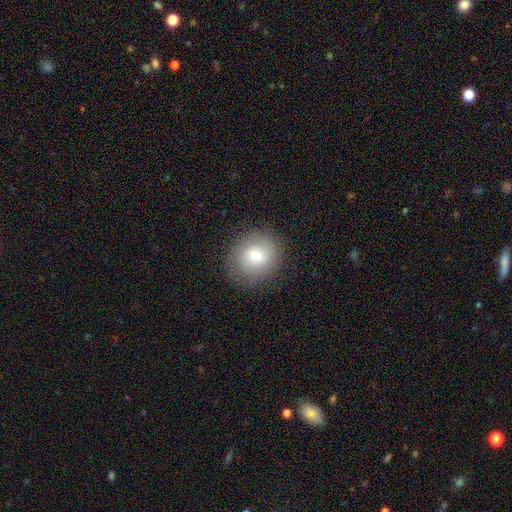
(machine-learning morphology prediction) Smooth or featured: smooth — 72% (featured or disk — 19%)
How rounded: round — 76% (in between — 23%)
Merging: none — 85% (minor disturbance — 11%)